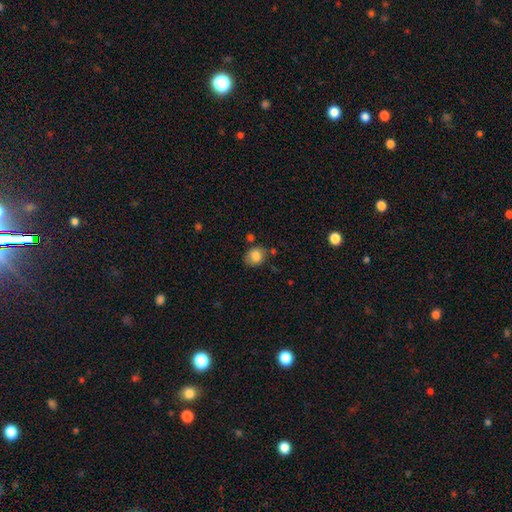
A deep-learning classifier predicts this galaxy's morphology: Overall: smooth (83%). How rounded: round (66%; in between 33%). Merging: none (70%).